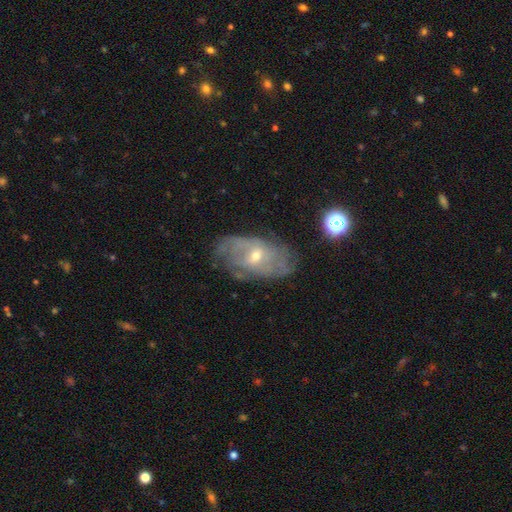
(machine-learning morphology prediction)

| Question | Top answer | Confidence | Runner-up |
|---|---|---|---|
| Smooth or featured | featured or disk | 76% | smooth (15%) |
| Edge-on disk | no | 92% | yes (8%) |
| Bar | no | 46% | weak (43%) |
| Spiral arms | yes | 84% | no (16%) |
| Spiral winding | tight | 51% | medium (34%) |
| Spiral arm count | can't tell | 52% | 2 (23%) |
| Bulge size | small | 54% | moderate (42%) |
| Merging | none | 71% | minor disturbance (19%) |